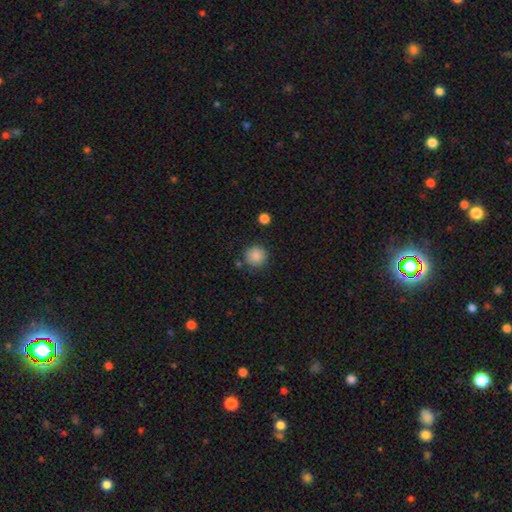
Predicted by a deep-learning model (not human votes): A smooth galaxy with no disk features (87%) that is round (94%). Merging: none (86%).